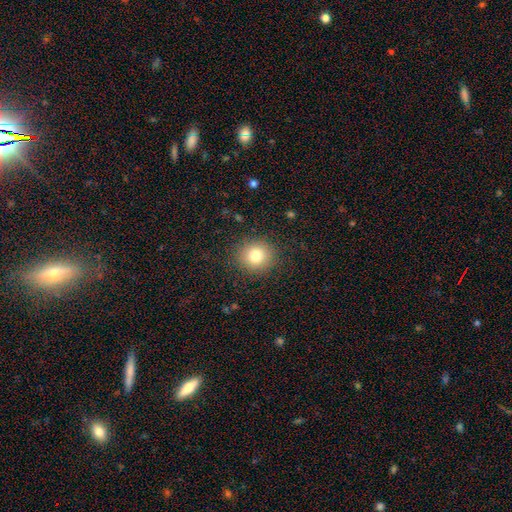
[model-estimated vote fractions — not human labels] Smooth or featured? smooth (79%)
How rounded? round (90%)
Merging? none (88%)